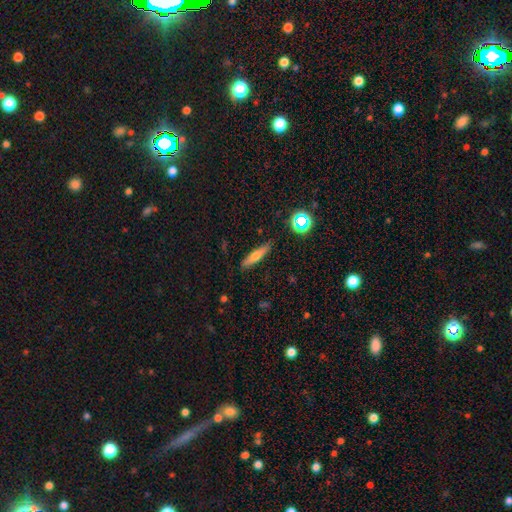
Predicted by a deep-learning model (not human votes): Smooth or featured? Predicted: smooth (p=0.57). How rounded? Predicted: cigar-shaped (p=0.80). Merging? Predicted: none (p=0.86).